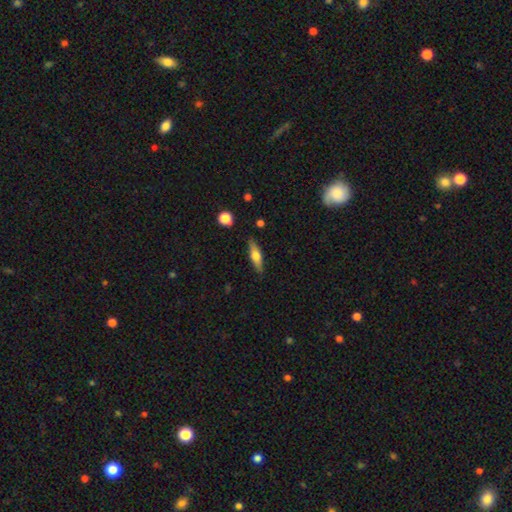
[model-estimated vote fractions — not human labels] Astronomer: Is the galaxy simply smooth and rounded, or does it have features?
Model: smooth — 49% (runner-up: featured or disk, 44%).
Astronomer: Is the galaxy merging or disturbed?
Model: none — 86%.